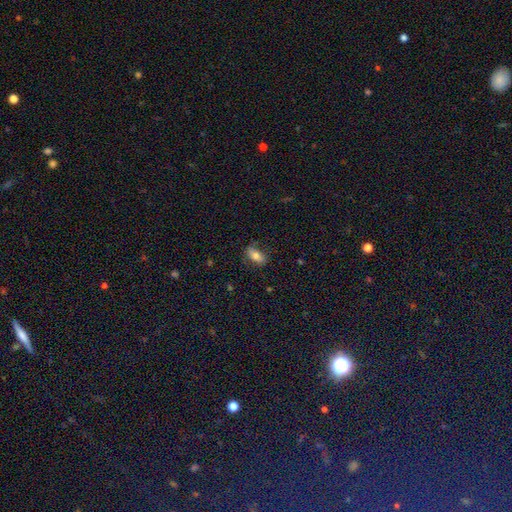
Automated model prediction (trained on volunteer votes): Smooth or featured?
  - smooth: 74% *
  - featured or disk: 18%
  - star or artifact: 9%
How rounded?
  - in between: 87% *
  - cigar-shaped: 7%
  - round: 5%
Merging?
  - none: 76% *
  - minor disturbance: 18%
  - major disturbance: 5%
  - merger: 1%